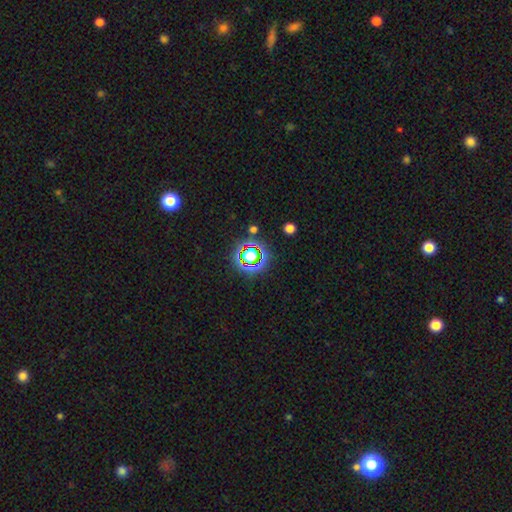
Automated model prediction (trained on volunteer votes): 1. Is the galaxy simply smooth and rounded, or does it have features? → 63% star or artifact, 25% smooth, 12% featured or disk.